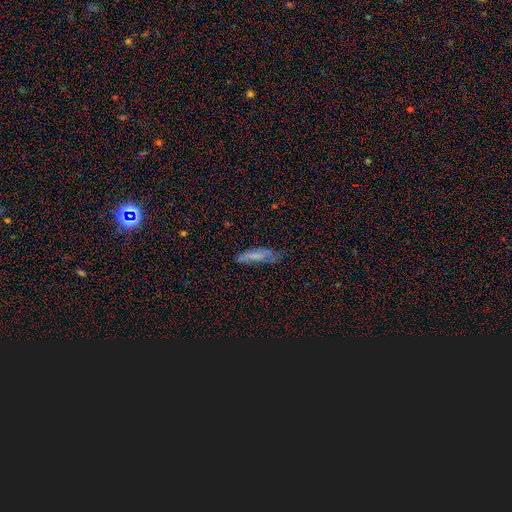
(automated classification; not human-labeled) A smooth galaxy with no disk features (59%) that is cigar-shaped (61%).

Vote fractions:
- Smooth or featured? smooth: 59% / featured or disk: 28% / star or artifact: 13%
- How rounded? cigar-shaped: 61% / in between: 36% / round: 3%
- Merging? none: 51% / minor disturbance: 30% / major disturbance: 15% / merger: 4%